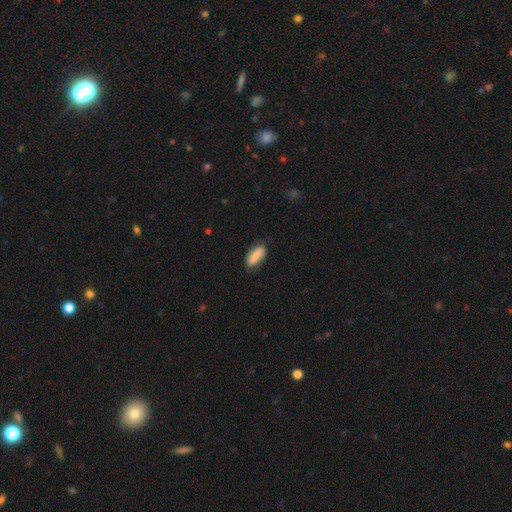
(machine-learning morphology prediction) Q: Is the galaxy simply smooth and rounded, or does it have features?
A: smooth — 80%.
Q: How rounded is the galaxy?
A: in between — 81%.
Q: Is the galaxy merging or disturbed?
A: none — 76%.